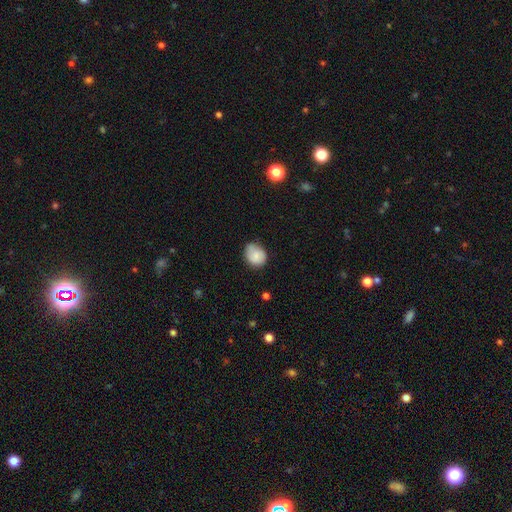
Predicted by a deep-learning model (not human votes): Q: Smooth or featured?
A: smooth (79%); runner-up: featured or disk (13%)
Q: How rounded?
A: round (61%); runner-up: in between (38%)
Q: Merging?
A: none (60%); runner-up: minor disturbance (32%)